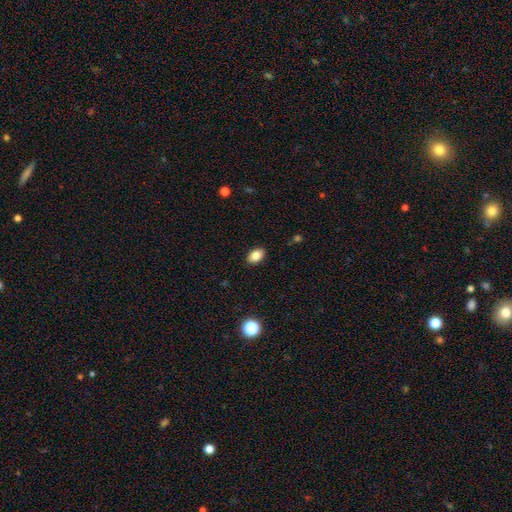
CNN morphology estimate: smooth_or_featured: smooth (p=0.85) [alt: star or artifact p=0.09]
how_rounded: in between (p=0.88) [alt: round p=0.11]
merging: none (p=0.88) [alt: minor disturbance p=0.08]